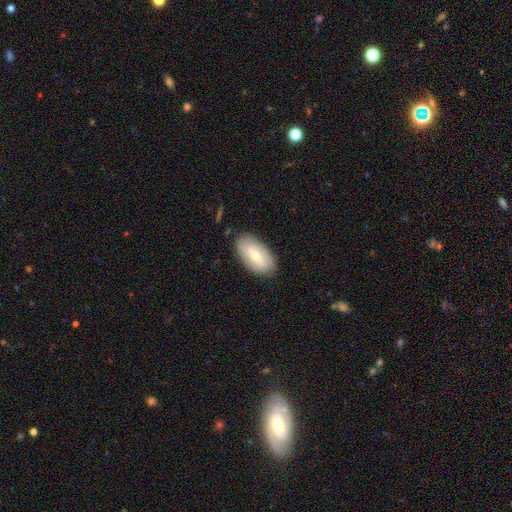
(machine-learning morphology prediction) Overall: smooth (49%; featured or disk 45%). Merging: none (83%).